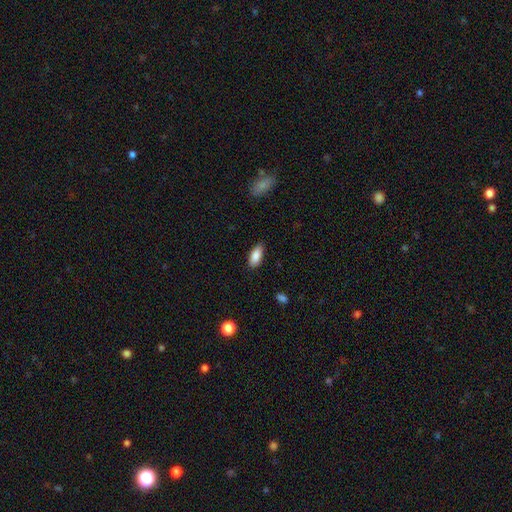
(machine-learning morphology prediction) type=smooth (87%); roundness=in between (88%); merging=none (84%).